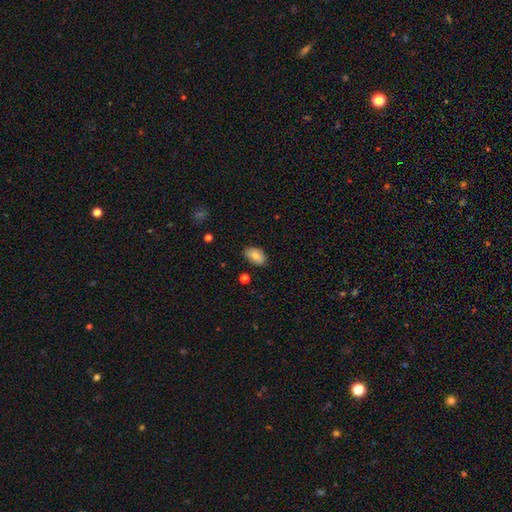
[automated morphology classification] type=smooth (84%); roundness=in between (93%); merging=none (81%).